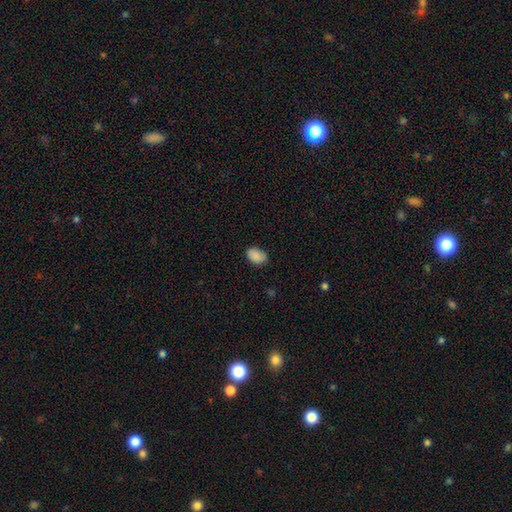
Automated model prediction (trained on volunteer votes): A smooth galaxy with no disk features (89%) that is in between round and cigar-shaped (87%).

Vote fractions:
- Smooth or featured? smooth: 89% / star or artifact: 7% / featured or disk: 4%
- How rounded? in between: 87% / round: 12% / cigar-shaped: 1%
- Merging? none: 82% / minor disturbance: 14% / major disturbance: 3% / merger: 1%